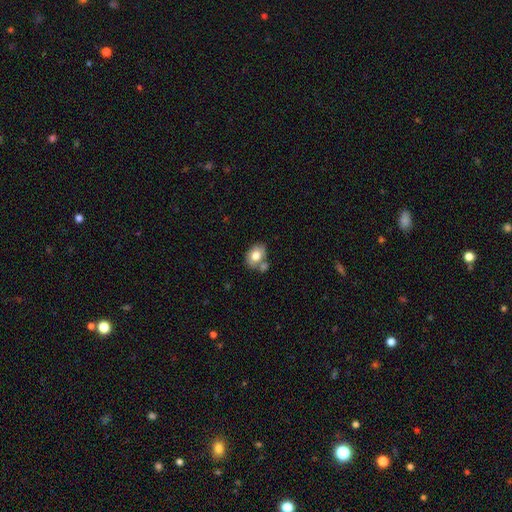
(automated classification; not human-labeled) Smooth or featured?
  - smooth: 76% *
  - featured or disk: 16%
  - star or artifact: 8%
How rounded?
  - in between: 70% *
  - round: 29%
  - cigar-shaped: 1%
Merging?
  - none: 58% *
  - merger: 23%
  - minor disturbance: 15%
  - major disturbance: 4%